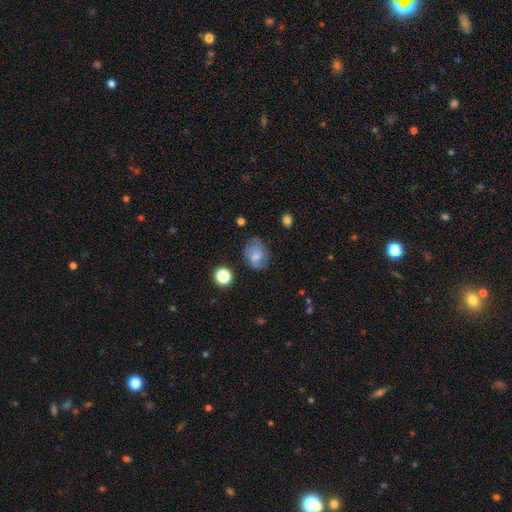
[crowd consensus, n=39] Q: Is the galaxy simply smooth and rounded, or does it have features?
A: smooth — 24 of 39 (62%).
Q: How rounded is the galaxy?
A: in between — 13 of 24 (54%).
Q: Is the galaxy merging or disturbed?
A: none — 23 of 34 (68%).